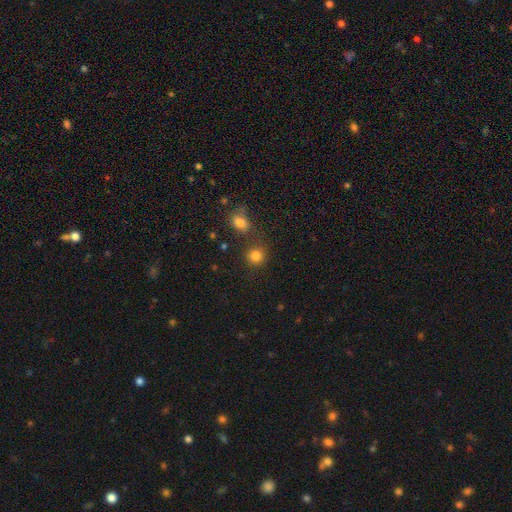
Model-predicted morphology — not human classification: smooth-or-featured: smooth: 81% | star or artifact: 14% | featured or disk: 5%
  how-rounded: round: 86% | in between: 13% | cigar-shaped: 1%
  merging: none: 72% | merger: 15% | minor disturbance: 10% | major disturbance: 4%